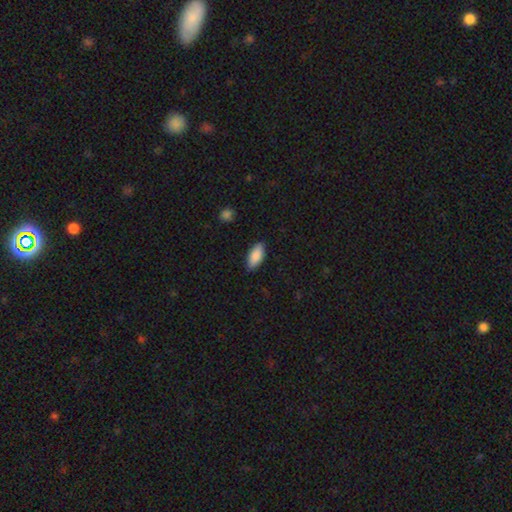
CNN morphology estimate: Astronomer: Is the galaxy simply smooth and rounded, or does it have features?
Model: smooth — 88%.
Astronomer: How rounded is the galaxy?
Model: in between — 88%.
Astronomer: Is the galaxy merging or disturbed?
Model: none — 86%.